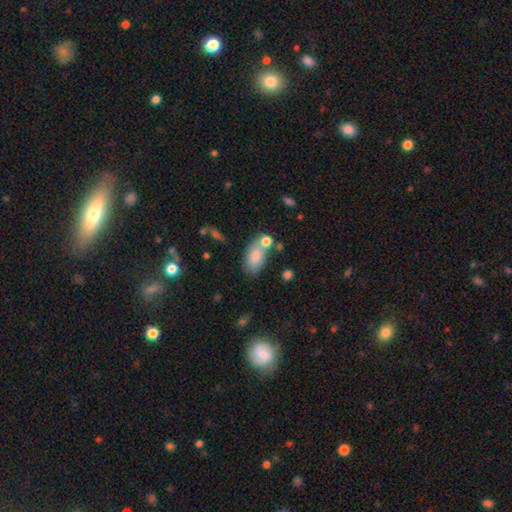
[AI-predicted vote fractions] A smooth galaxy with no disk features (80%) that is in between round and cigar-shaped (91%). Merging: none (55%).